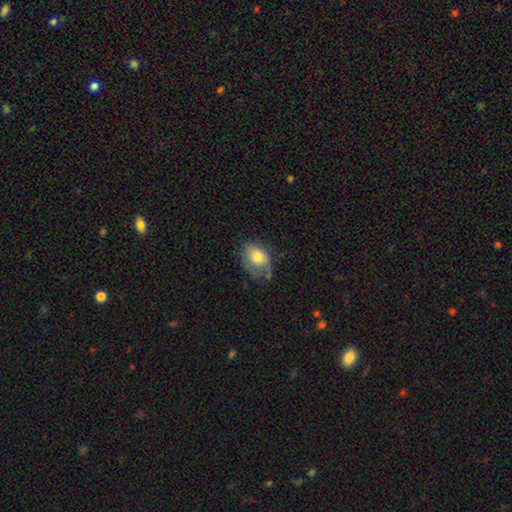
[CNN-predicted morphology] Smooth or featured?
  - smooth: 70% *
  - featured or disk: 22%
  - star or artifact: 8%
How rounded?
  - in between: 73% *
  - round: 26%
  - cigar-shaped: 1%
Merging?
  - none: 50% *
  - minor disturbance: 33%
  - major disturbance: 14%
  - merger: 3%